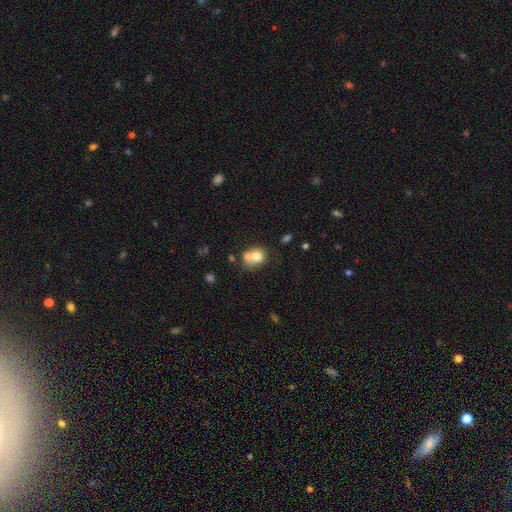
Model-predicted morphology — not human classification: Q: Smooth or featured?
A: smooth (72%); runner-up: featured or disk (18%)
Q: How rounded?
A: round (57%); runner-up: in between (42%)
Q: Merging?
A: merger (50%); runner-up: none (31%)